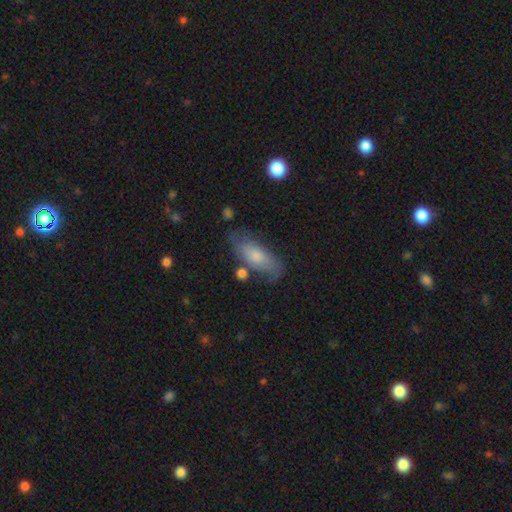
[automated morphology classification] smooth-or-featured: smooth: 61% | featured or disk: 32% | star or artifact: 7%
  how-rounded: in between: 74% | cigar-shaped: 23% | round: 3%
  merging: none: 69% | minor disturbance: 20% | major disturbance: 6% | merger: 5%